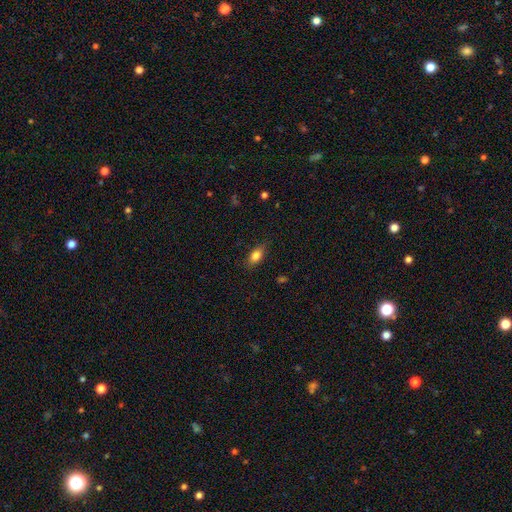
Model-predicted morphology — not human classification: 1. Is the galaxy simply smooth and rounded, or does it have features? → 82% smooth, 9% featured or disk, 9% star or artifact.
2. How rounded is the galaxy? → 85% in between, 8% round, 7% cigar-shaped.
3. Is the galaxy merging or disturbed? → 81% none, 15% minor disturbance, 3% major disturbance, 1% merger.